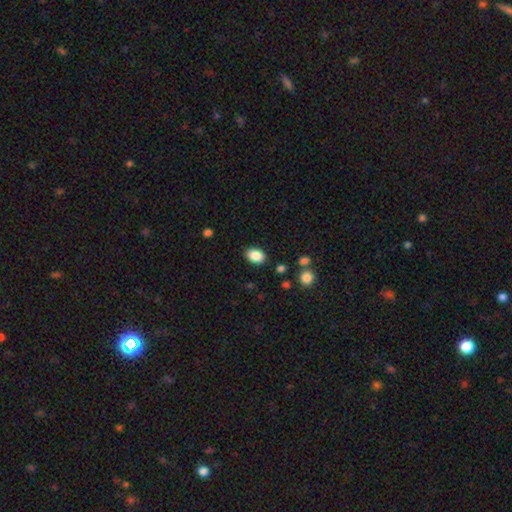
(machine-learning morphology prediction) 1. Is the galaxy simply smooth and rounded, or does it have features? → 87% smooth, 8% star or artifact, 4% featured or disk.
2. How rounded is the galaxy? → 83% in between, 16% round, 1% cigar-shaped.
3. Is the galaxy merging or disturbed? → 86% none, 9% minor disturbance, 2% major disturbance, 2% merger.